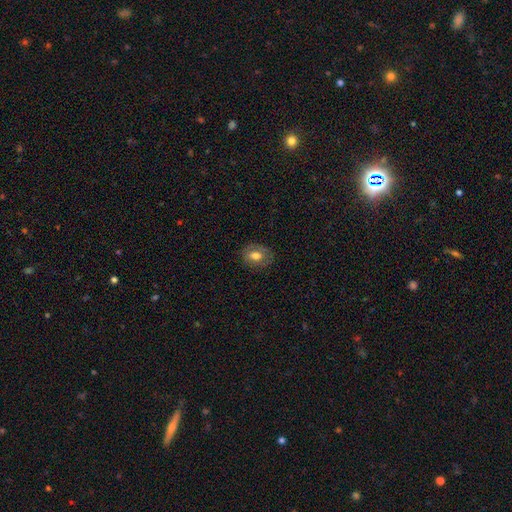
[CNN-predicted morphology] smooth-or-featured: smooth: 64% | featured or disk: 27% | star or artifact: 9%
  how-rounded: in between: 63% | round: 36% | cigar-shaped: 1%
  merging: none: 80% | minor disturbance: 15% | major disturbance: 5% | merger: 1%